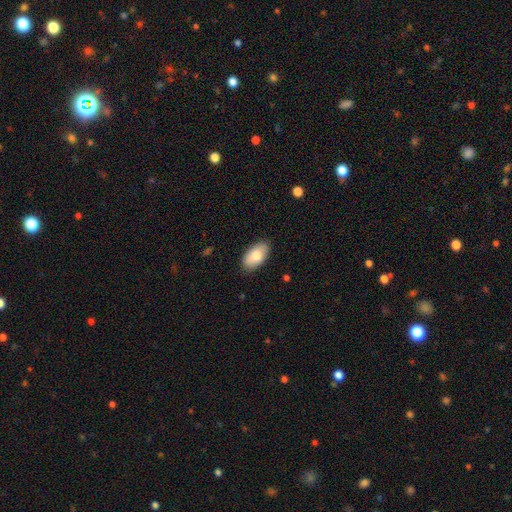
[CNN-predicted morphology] Overall: smooth (82%). How rounded: in between (95%). Merging: none (86%).